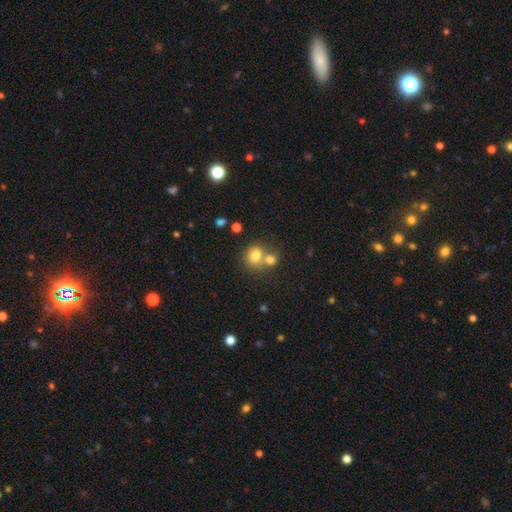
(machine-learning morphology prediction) smooth_or_featured: smooth (p=0.77) [alt: featured or disk p=0.12]
how_rounded: round (p=0.67) [alt: in between p=0.32]
merging: merger (p=0.50) [alt: none p=0.39]